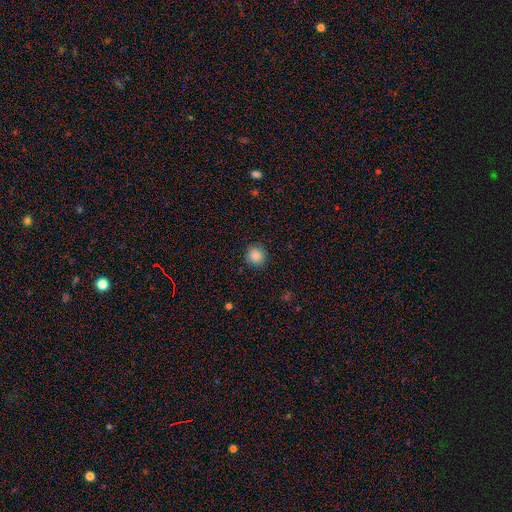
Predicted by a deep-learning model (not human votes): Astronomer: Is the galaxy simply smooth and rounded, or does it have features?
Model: smooth — 87%.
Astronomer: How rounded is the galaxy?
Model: round — 90%.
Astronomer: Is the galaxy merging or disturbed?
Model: none — 89%.